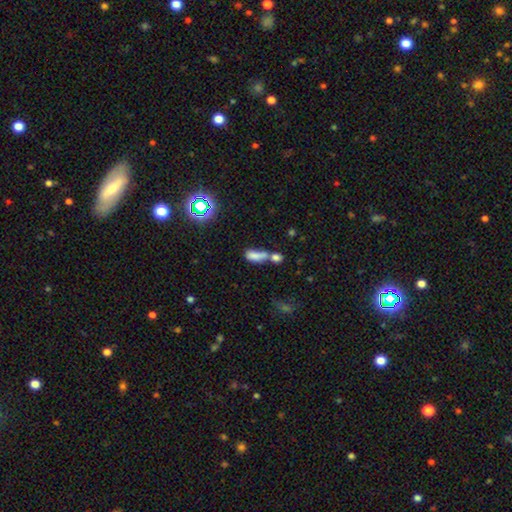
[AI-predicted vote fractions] Smooth or featured?
  - smooth: 71% *
  - star or artifact: 15%
  - featured or disk: 13%
How rounded?
  - in between: 73% *
  - cigar-shaped: 19%
  - round: 9%
Merging?
  - merger: 58% *
  - none: 21%
  - minor disturbance: 11%
  - major disturbance: 9%